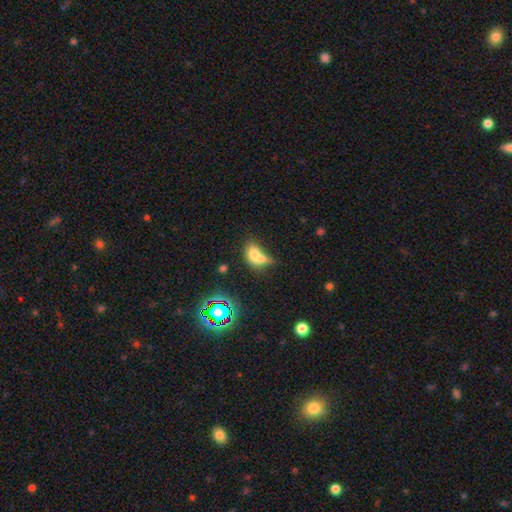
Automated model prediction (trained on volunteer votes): This appears to be a smooth galaxy with no disk features (67%) that is in between round and cigar-shaped (77%). Merging: merger (56%).